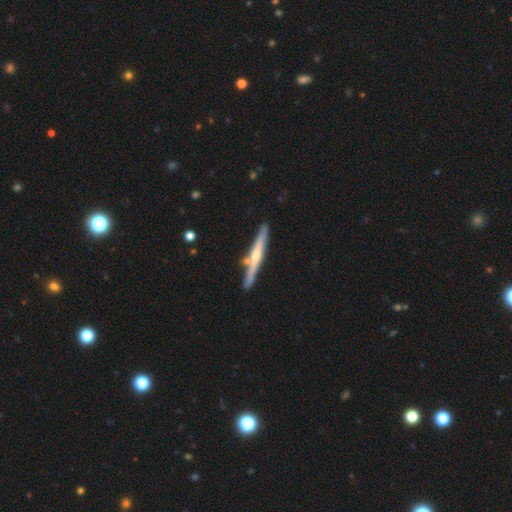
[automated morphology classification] A featured or disk galaxy (67%) viewed edge-on (96%) with a rounded central bulge (74%). Merging: none (79%).